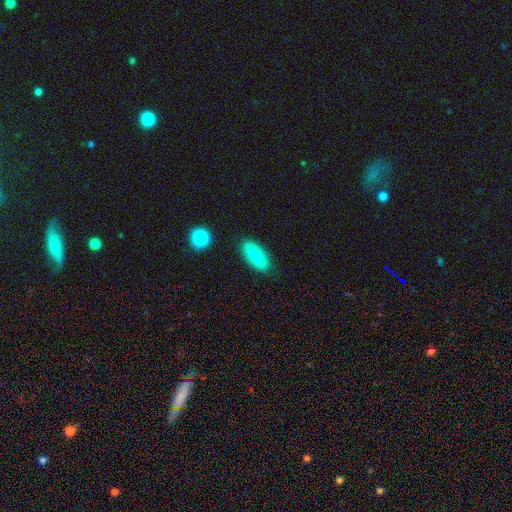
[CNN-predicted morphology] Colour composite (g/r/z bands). It shows a smooth galaxy with no disk features (77%) that is in between round and cigar-shaped (75%). Merging: none (84%).